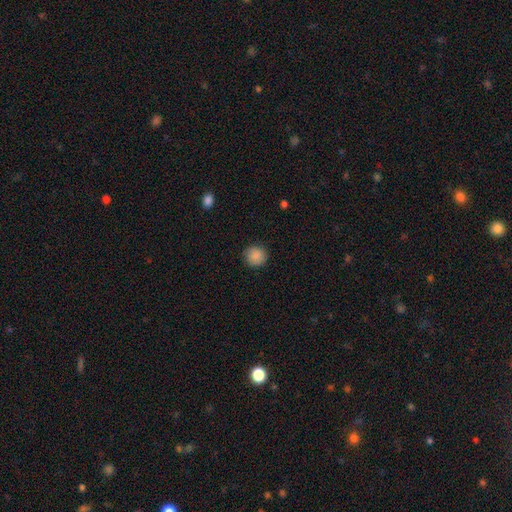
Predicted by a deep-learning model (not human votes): A smooth galaxy with no disk features (88%) that is round (92%). Merging: none (89%).